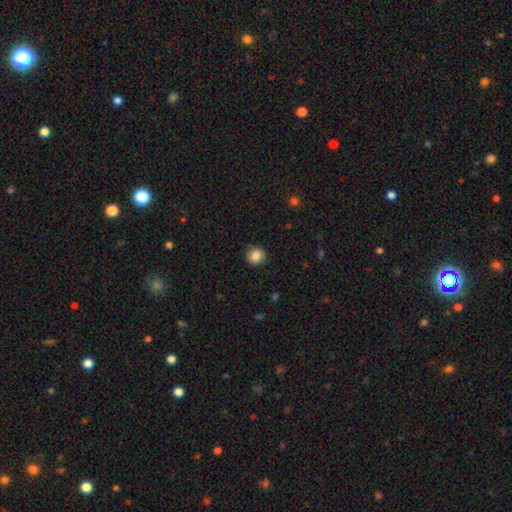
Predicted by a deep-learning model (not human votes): Overall: smooth (86%). How rounded: round (89%). Merging: none (88%).